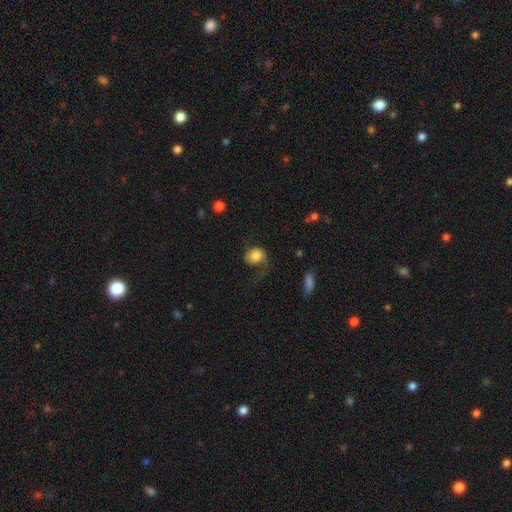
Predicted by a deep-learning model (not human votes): A smooth galaxy with no disk features (65%) that is round (66%). Merging: major disturbance (43%).